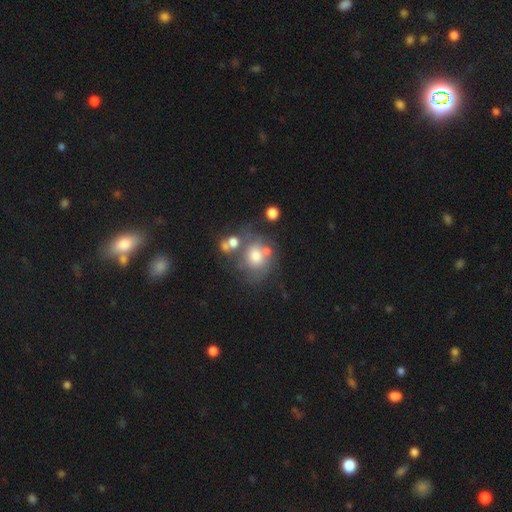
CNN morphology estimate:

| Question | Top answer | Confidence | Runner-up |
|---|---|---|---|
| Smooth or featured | smooth | 51% | featured or disk (36%) |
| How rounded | round | 63% | in between (36%) |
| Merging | none | 40% | merger (28%) |